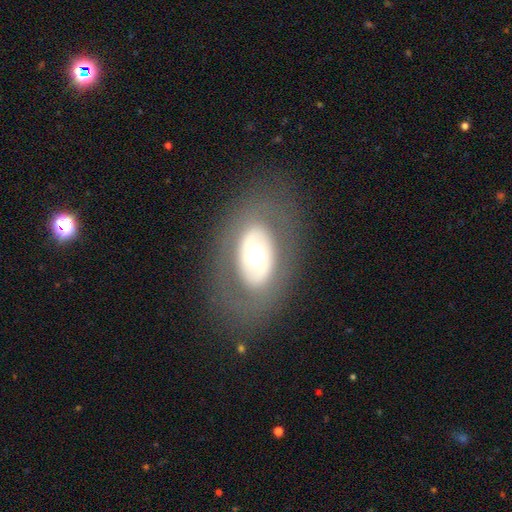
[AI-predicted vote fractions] Smooth or featured: featured or disk — 50% (smooth — 42%)
Merging: none — 79% (minor disturbance — 10%)